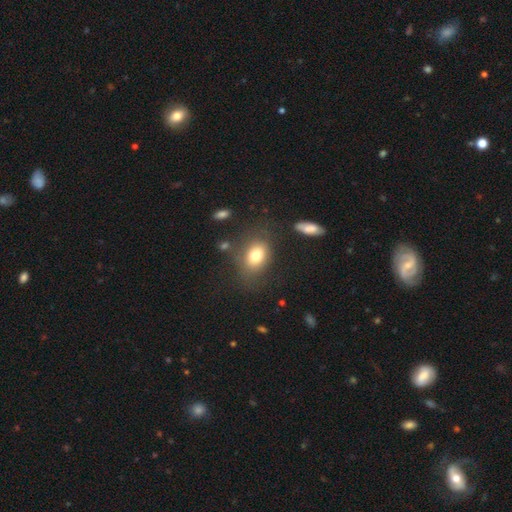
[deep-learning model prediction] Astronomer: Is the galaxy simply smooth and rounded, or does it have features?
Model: smooth — 77%.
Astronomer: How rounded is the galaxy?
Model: in between — 71%.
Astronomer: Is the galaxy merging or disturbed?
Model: none — 71%.